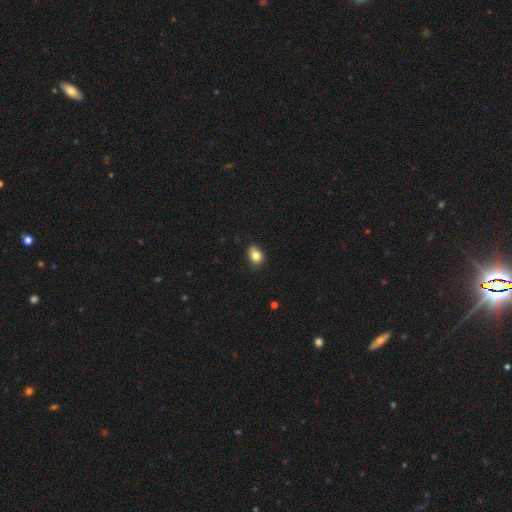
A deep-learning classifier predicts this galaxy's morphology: This appears to be a smooth galaxy with no disk features (82%) that is in between round and cigar-shaped (62%). Merging: none (79%).